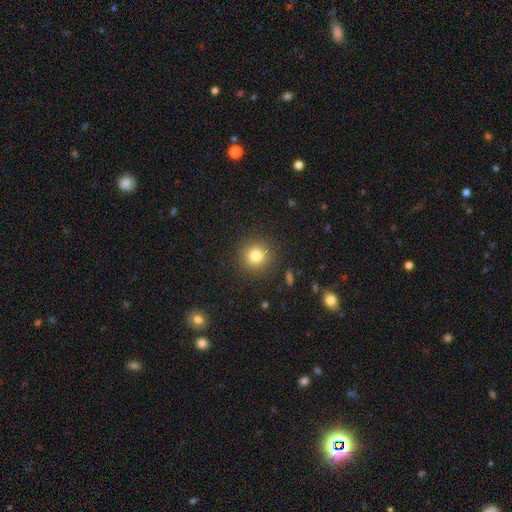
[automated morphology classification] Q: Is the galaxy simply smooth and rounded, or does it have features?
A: smooth — 80%.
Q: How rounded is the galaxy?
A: round — 94%.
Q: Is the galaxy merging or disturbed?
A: none — 90%.